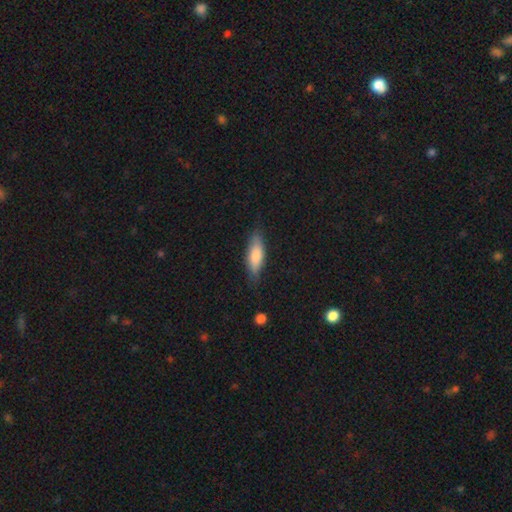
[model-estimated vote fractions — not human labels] This appears to be a smooth galaxy with no disk features (75%) that is in between round and cigar-shaped (53%). Merging: none (78%).